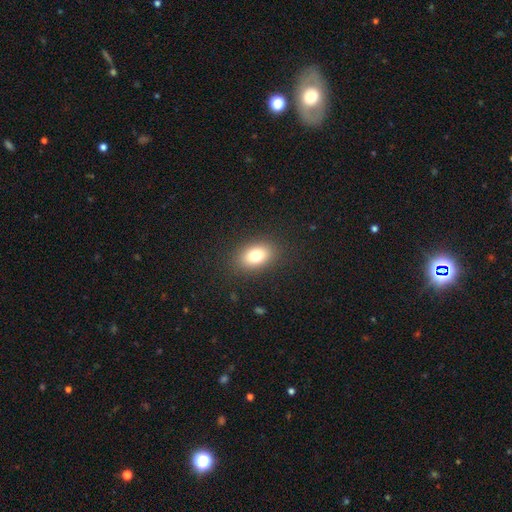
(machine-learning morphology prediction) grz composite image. It shows a smooth galaxy with no disk features (78%) that is in between round and cigar-shaped (83%). Merging: none (87%).